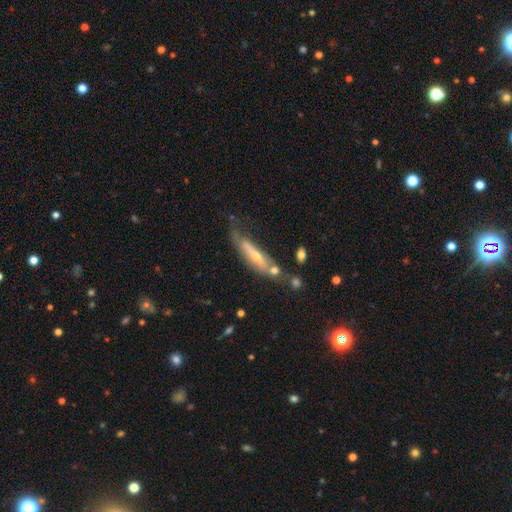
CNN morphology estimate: Smooth or featured? Predicted: featured or disk (p=0.61). Edge-on disk? Predicted: yes (p=0.61). Merging? Predicted: none (p=0.45).